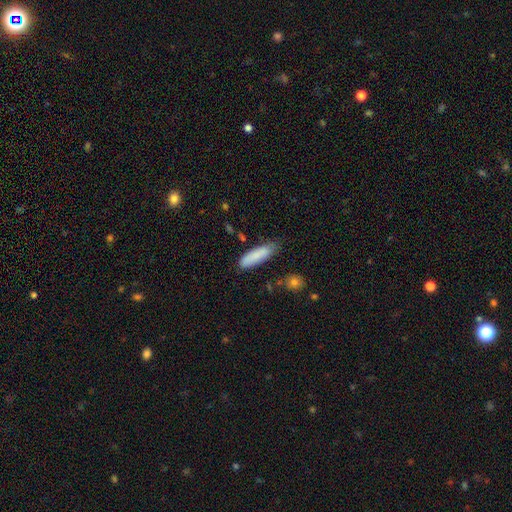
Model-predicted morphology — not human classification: Overall: smooth (85%). How rounded: cigar-shaped (54%; in between 45%). Merging: none (70%).